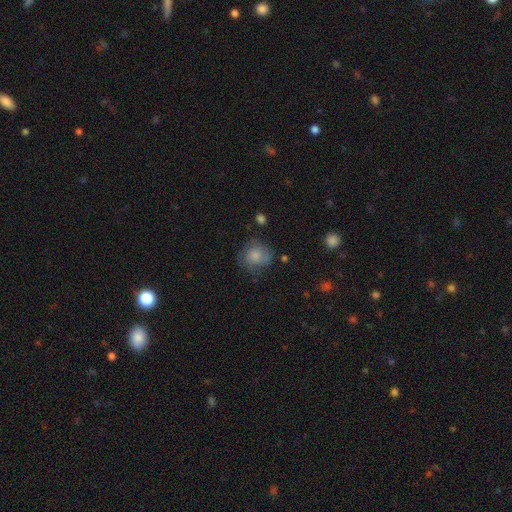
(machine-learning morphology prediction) This appears to be a smooth galaxy with no disk features (70%) that is round (79%). Merging: none (61%).